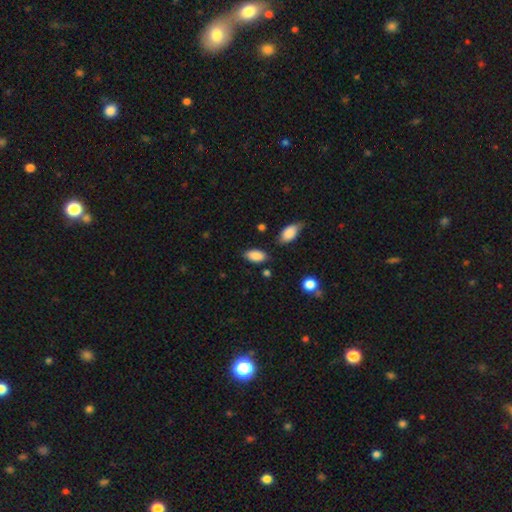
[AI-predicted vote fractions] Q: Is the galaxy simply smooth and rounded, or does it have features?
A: smooth — 87%.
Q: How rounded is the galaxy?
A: in between — 93%.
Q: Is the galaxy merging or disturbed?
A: none — 77%.